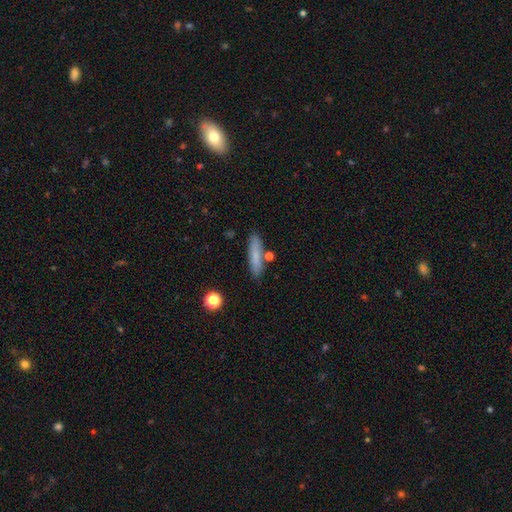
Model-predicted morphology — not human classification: Smooth or featured?
  - smooth: 78% *
  - featured or disk: 14%
  - star or artifact: 8%
How rounded?
  - cigar-shaped: 78% *
  - in between: 20%
  - round: 2%
Merging?
  - none: 80% *
  - minor disturbance: 11%
  - merger: 6%
  - major disturbance: 3%